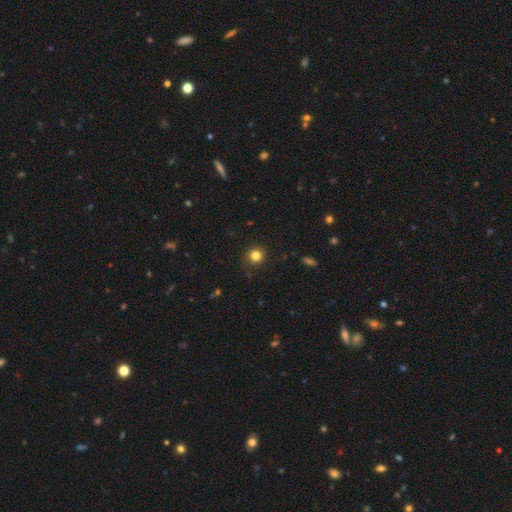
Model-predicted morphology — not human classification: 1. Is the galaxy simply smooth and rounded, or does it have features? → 82% smooth, 13% star or artifact, 5% featured or disk.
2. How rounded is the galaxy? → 90% round, 9% in between, 1% cigar-shaped.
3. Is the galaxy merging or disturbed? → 87% none, 9% minor disturbance, 3% major disturbance, 1% merger.